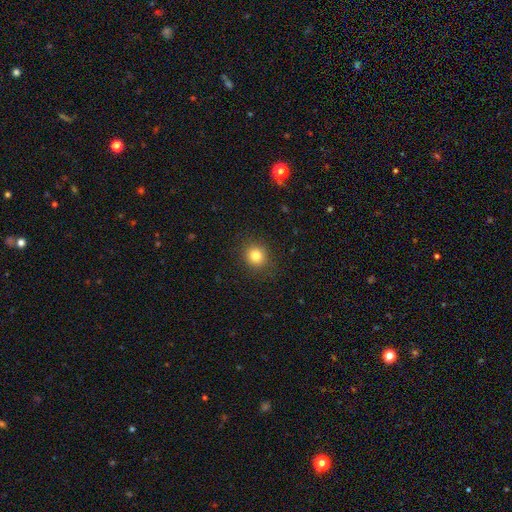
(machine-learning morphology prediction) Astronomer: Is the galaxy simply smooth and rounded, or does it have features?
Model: smooth — 81%.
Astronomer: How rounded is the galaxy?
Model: round — 88%.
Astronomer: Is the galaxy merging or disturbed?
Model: none — 90%.